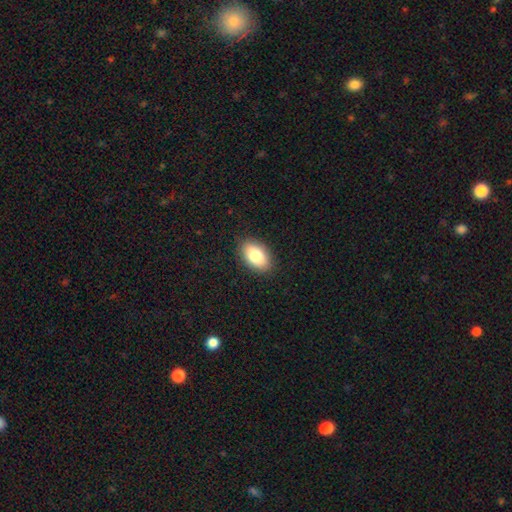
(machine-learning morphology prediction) Smooth or featured? Predicted: smooth (p=0.84). How rounded? Predicted: in between (p=0.92). Merging? Predicted: none (p=0.88).